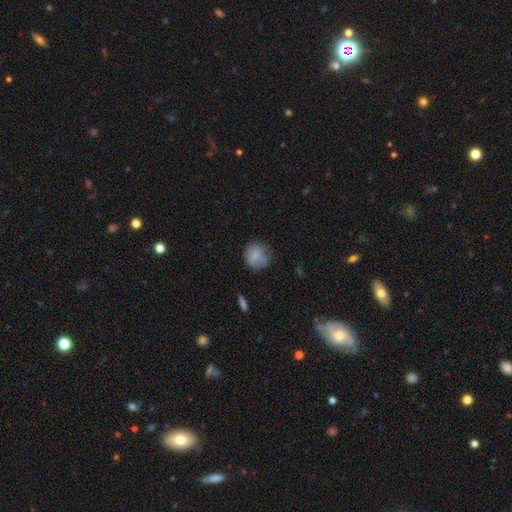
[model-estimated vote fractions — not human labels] smooth_or_featured: smooth (p=0.80) [alt: featured or disk p=0.11]
how_rounded: round (p=0.84) [alt: in between p=0.15]
merging: none (p=0.68) [alt: minor disturbance p=0.23]